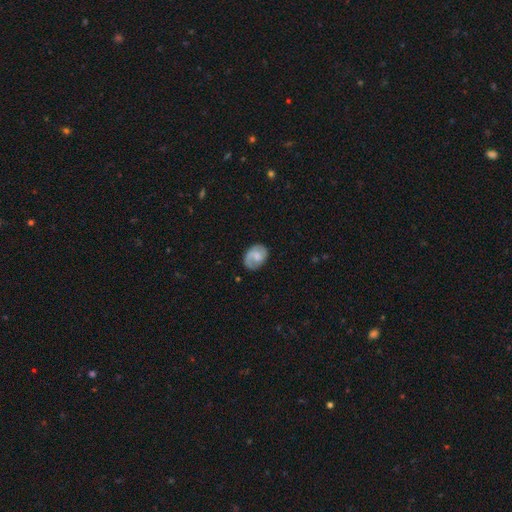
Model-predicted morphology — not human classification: The model was most divided on "bulge size": small: 49%, moderate: 35%, none: 11%, large: 3%, dominant: 1%. More confident: edge-on disk — no (97%); spiral arms — yes (85%); merging — none (64%); bar — no (58%); smooth or featured — featured or disk (54%).